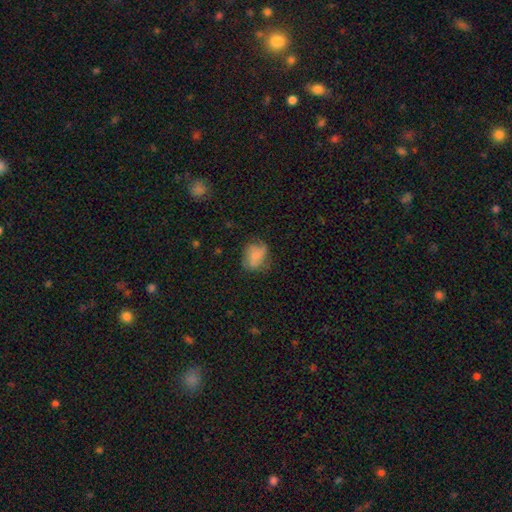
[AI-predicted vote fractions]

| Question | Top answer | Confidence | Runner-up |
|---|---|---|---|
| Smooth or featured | smooth | 63% | featured or disk (27%) |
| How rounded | in between | 59% | round (40%) |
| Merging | none | 58% | minor disturbance (27%) |